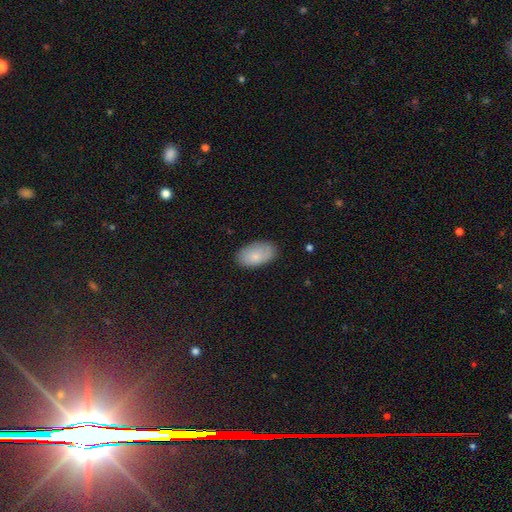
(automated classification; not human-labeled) The model was most divided on "smooth or featured": smooth: 82%, featured or disk: 11%, star or artifact: 6%. More confident: how rounded — in between (94%); merging — none (85%).